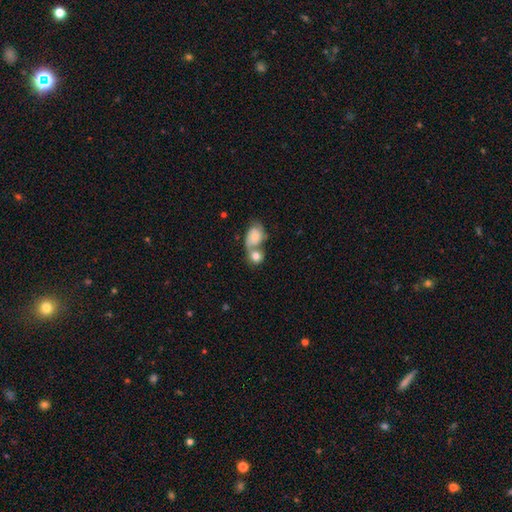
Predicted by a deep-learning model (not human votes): Smooth or featured: smooth — 69% (featured or disk — 23%)
How rounded: round — 68% (in between — 30%)
Merging: merger — 59% (none — 27%)